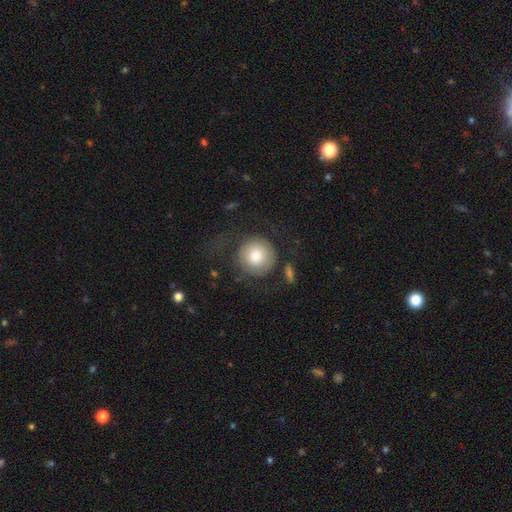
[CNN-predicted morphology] type=smooth (70%); roundness=round (94%); merging=none (58%).